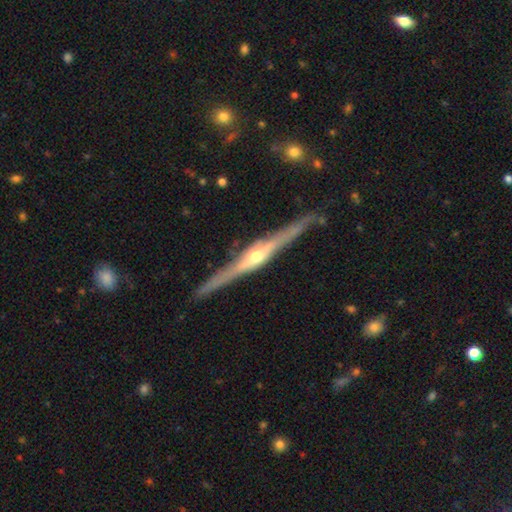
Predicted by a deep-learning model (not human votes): A featured or disk galaxy (86%) viewed edge-on (98%) with a rounded central bulge (89%). Merging: none (87%).